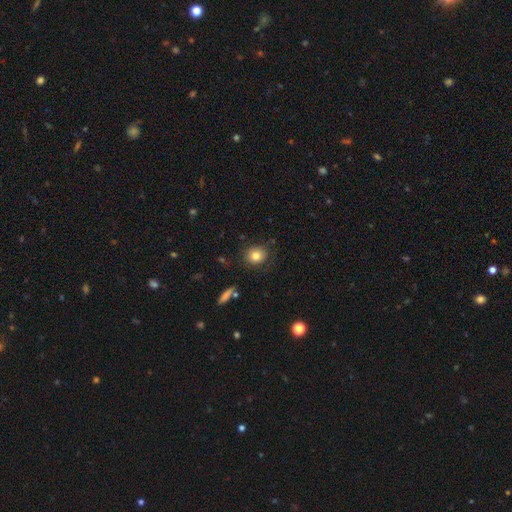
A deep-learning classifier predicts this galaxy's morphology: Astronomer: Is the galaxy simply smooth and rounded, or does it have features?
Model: smooth — 81%.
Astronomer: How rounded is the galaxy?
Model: round — 80%.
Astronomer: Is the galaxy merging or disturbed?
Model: none — 85%.